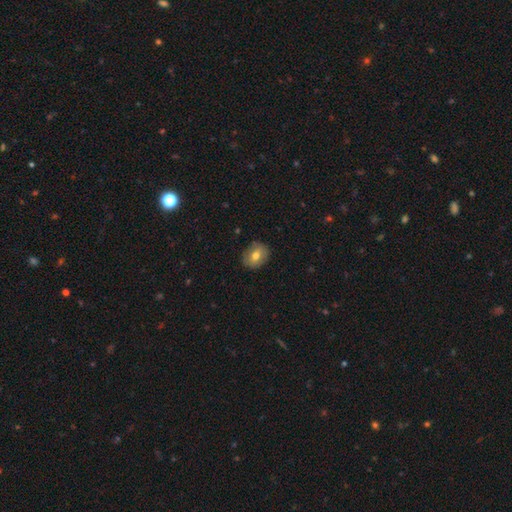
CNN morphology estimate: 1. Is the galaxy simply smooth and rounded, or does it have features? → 71% smooth, 21% featured or disk, 9% star or artifact.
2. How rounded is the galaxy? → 53% round, 46% in between, 1% cigar-shaped.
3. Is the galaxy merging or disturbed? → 85% none, 12% minor disturbance, 3% major disturbance, 1% merger.